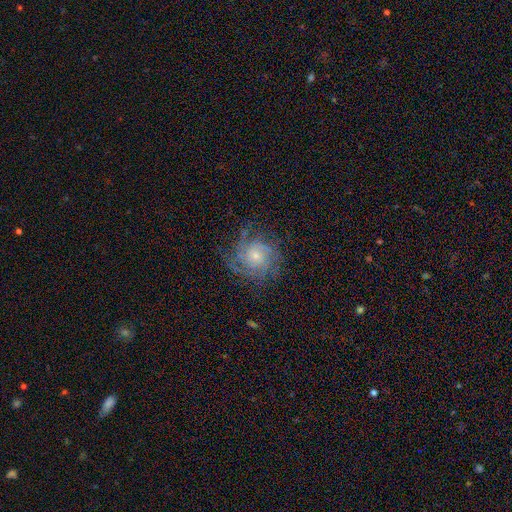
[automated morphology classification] Overall: featured or disk (78%). Edge-on disk: no (98%). Bar: no (75%). Spiral arms: yes (93%). Spiral arm count: can't tell (33%; 3 21%). Spiral winding: tight (56%; medium 34%). Bulge size: small (64%; moderate 30%). Merging: none (69%).